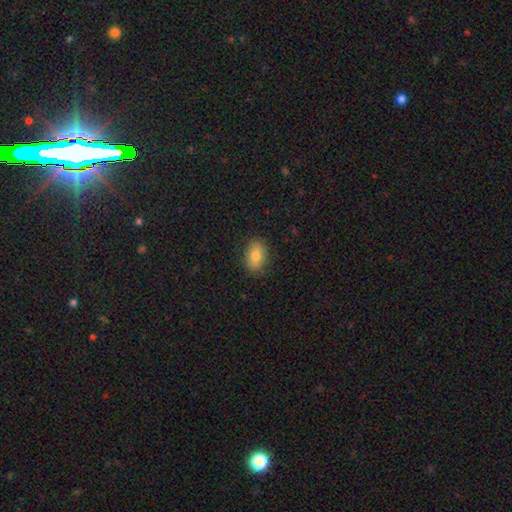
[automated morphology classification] type=smooth (80%); roundness=in between (84%); merging=none (86%).